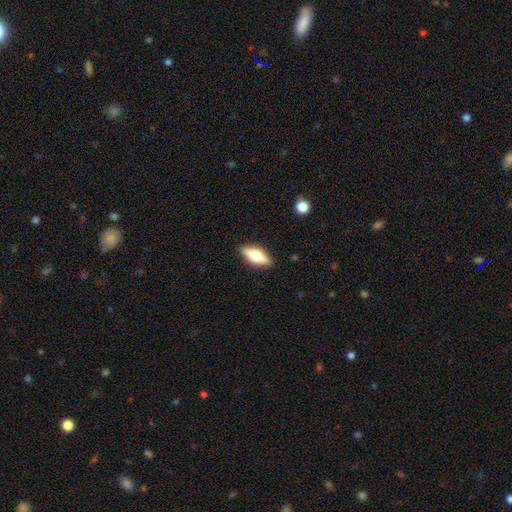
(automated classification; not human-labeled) Smooth or featured? smooth (53%)
How rounded? in between (66%)
Merging? none (89%)